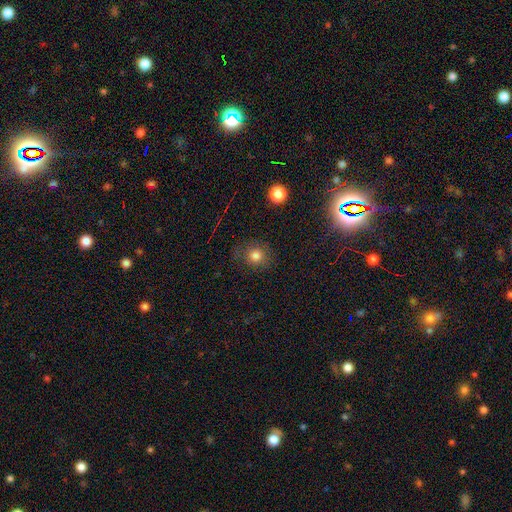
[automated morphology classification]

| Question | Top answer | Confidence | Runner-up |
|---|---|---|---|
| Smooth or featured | smooth | 79% | star or artifact (14%) |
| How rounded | round | 79% | in between (20%) |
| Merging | none | 78% | minor disturbance (15%) |